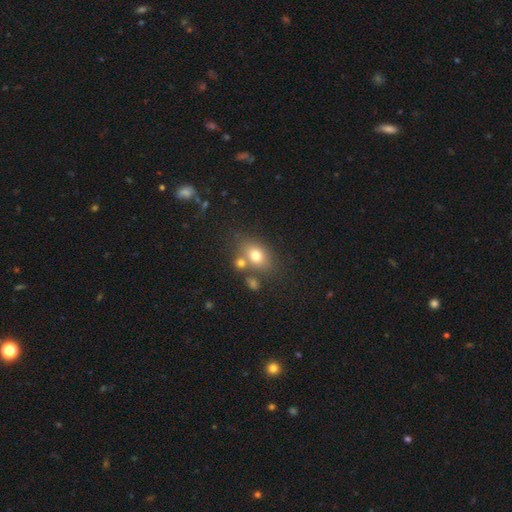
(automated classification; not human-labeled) The model was most divided on "how rounded": in between: 64%, round: 35%, cigar-shaped: 2%. More confident: smooth or featured — smooth (74%); merging — none (62%).